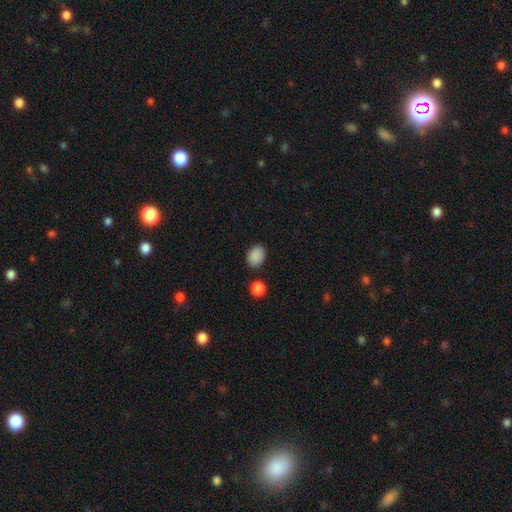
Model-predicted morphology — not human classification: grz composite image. It shows a smooth galaxy with no disk features (89%) that is in between round and cigar-shaped (69%). Merging: none (85%).